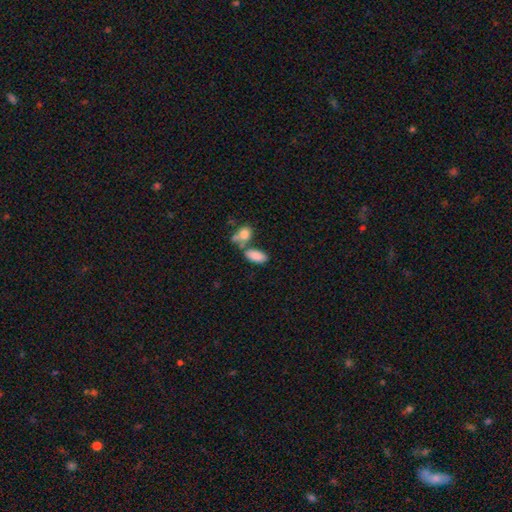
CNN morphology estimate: Smooth or featured?
  - smooth: 85% *
  - featured or disk: 8%
  - star or artifact: 7%
How rounded?
  - in between: 91% *
  - cigar-shaped: 6%
  - round: 3%
Merging?
  - none: 46% *
  - merger: 36%
  - minor disturbance: 13%
  - major disturbance: 6%